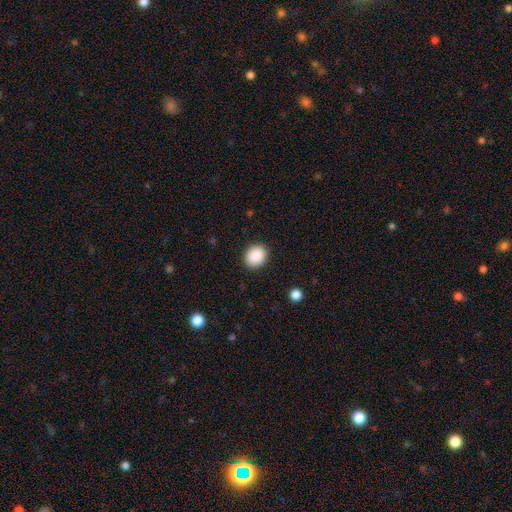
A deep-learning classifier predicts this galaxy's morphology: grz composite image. It shows a smooth galaxy with no disk features (89%) that is round (61%). Merging: none (90%).